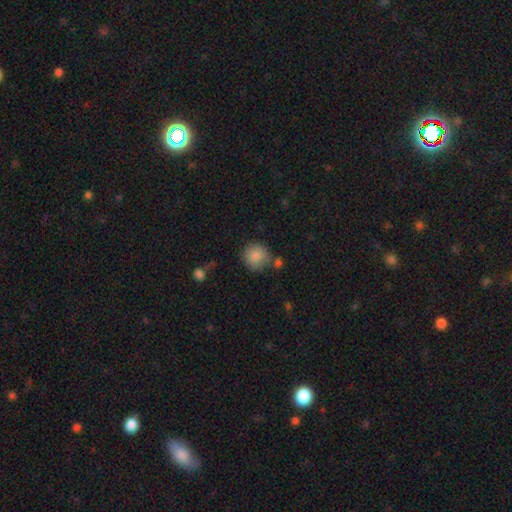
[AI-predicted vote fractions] This appears to be a smooth galaxy with no disk features (87%) that is round (92%). Merging: none (72%).